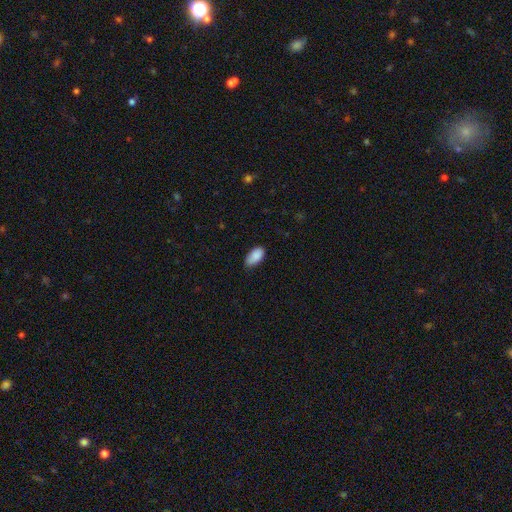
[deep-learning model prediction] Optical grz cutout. It shows a smooth galaxy with no disk features (88%) that is in between round and cigar-shaped (94%). Merging: none (69%).